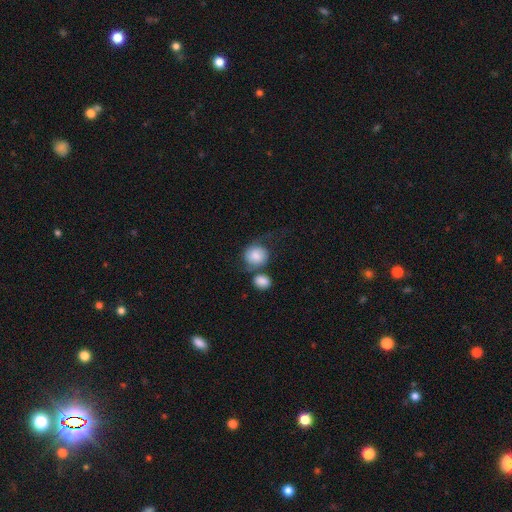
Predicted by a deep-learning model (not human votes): Q: Smooth or featured?
A: smooth (75%); runner-up: featured or disk (18%)
Q: How rounded?
A: round (79%); runner-up: in between (20%)
Q: Merging?
A: none (37%); runner-up: merger (32%)